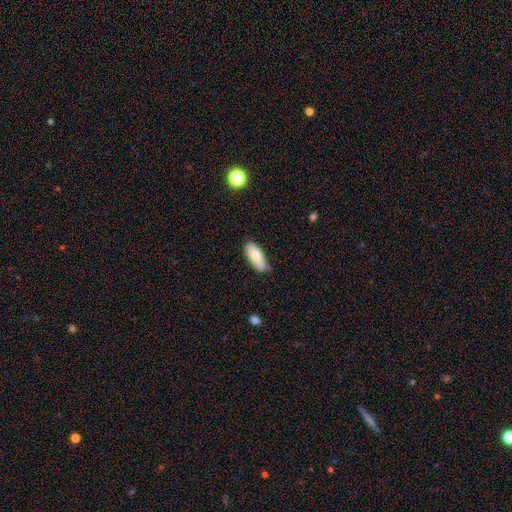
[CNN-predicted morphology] smooth 75%, featured or disk 18%, star or artifact 6%. Down the decision tree: how rounded — in between (85%); merging — none (78%).